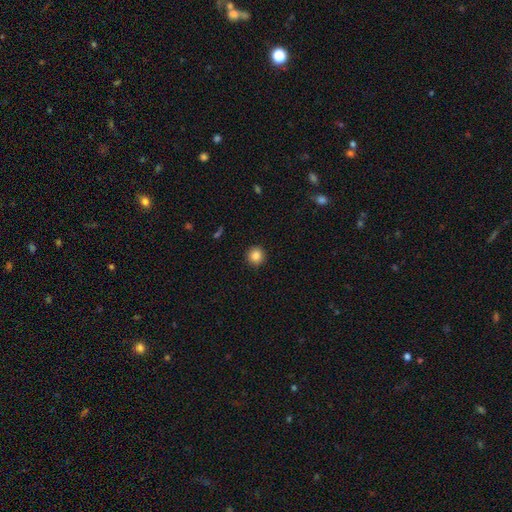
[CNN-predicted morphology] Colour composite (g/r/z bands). It shows a smooth galaxy with no disk features (85%) that is round (95%). Merging: none (93%).